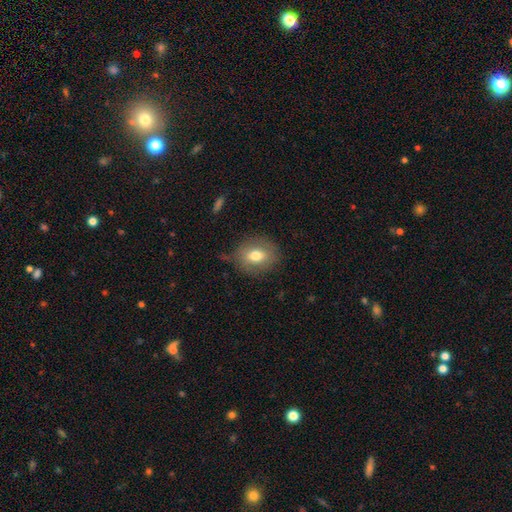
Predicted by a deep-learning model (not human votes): smooth_or_featured: smooth (p=0.71) [alt: featured or disk p=0.20]
how_rounded: round (p=0.59) [alt: in between p=0.40]
merging: none (p=0.77) [alt: minor disturbance p=0.16]